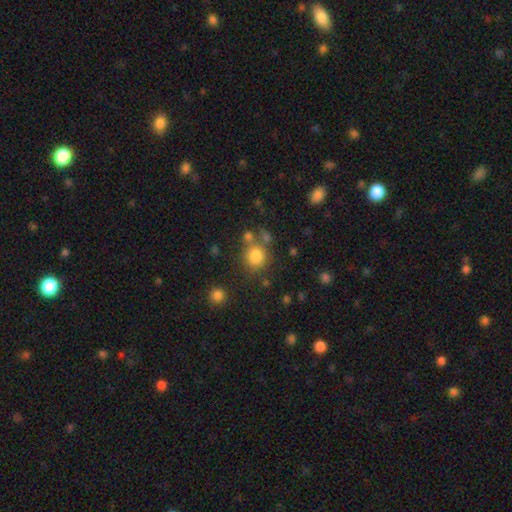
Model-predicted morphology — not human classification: type=smooth (80%); roundness=round (85%); merging=none (69%).